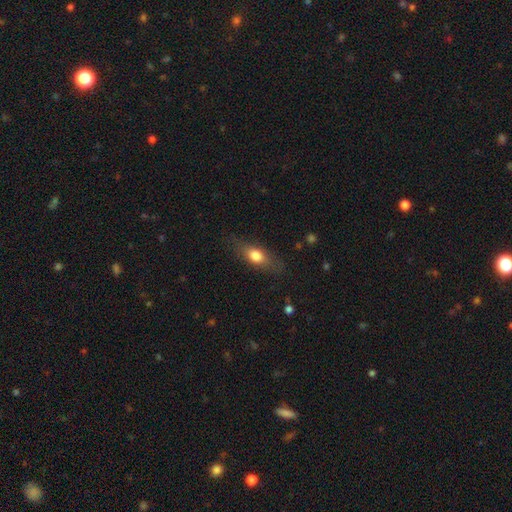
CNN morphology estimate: Overall: smooth (70%). How rounded: in between (68%). Merging: none (76%).